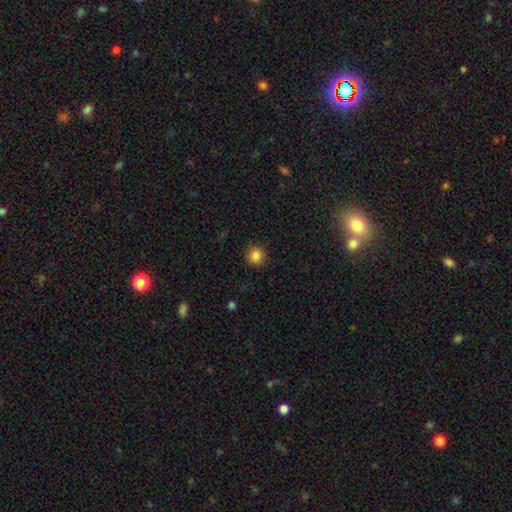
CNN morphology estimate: Smooth or featured?
  - smooth: 85% *
  - star or artifact: 11%
  - featured or disk: 4%
How rounded?
  - round: 92% *
  - in between: 7%
  - cigar-shaped: 1%
Merging?
  - none: 88% *
  - minor disturbance: 9%
  - major disturbance: 2%
  - merger: 1%